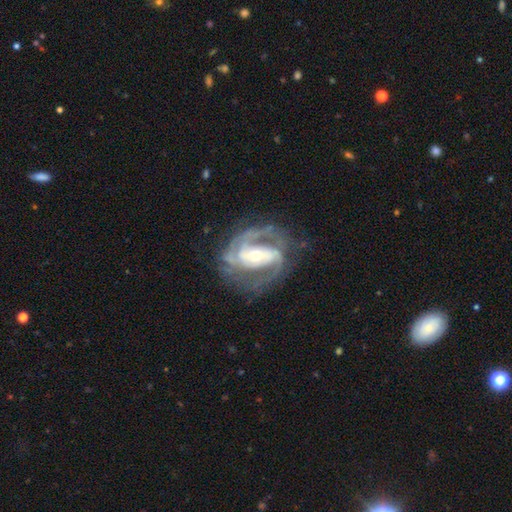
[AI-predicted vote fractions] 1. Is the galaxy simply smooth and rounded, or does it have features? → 90% featured or disk, 5% star or artifact, 5% smooth.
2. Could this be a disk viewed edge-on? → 97% no, 3% yes.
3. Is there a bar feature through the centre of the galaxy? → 35% strong, 34% weak, 30% no.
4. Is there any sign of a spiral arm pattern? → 97% yes, 3% no.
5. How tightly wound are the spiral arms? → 46% medium, 42% tight, 12% loose.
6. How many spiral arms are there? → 54% 2, 22% 3, 12% can't tell, 5% 4, 4% 1, 3% more than 4.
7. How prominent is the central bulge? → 48% moderate, 46% small, 4% large, 1% none, 1% dominant.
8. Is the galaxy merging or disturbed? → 66% none, 18% minor disturbance, 14% major disturbance, 2% merger.